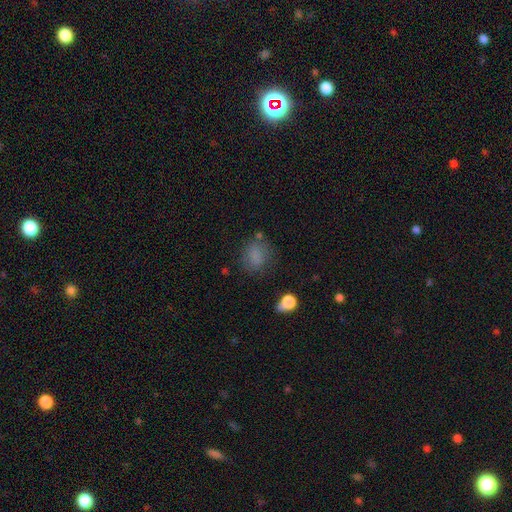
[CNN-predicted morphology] Overall: smooth (77%). How rounded: round (60%; in between 39%). Merging: none (66%).